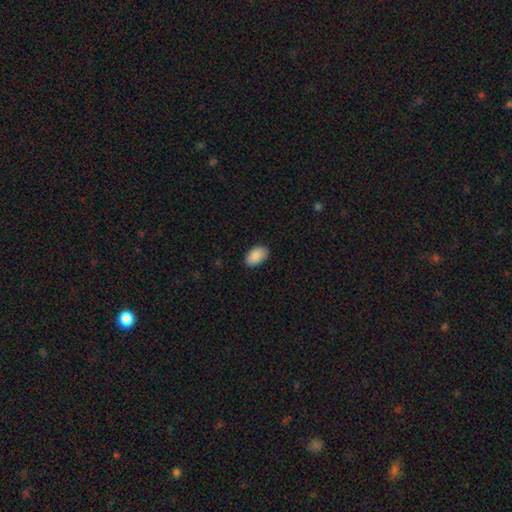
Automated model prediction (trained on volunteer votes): smooth_or_featured: smooth (p=0.90) [alt: star or artifact p=0.07]
how_rounded: in between (p=0.93) [alt: round p=0.05]
merging: none (p=0.87) [alt: minor disturbance p=0.10]